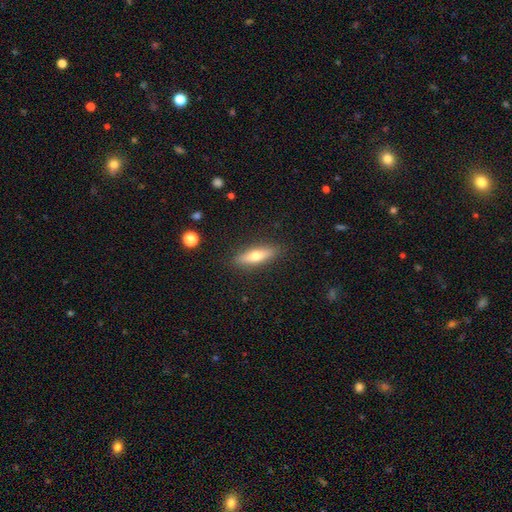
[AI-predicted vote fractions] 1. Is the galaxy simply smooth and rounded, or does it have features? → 57% smooth, 37% featured or disk, 6% star or artifact.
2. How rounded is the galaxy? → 63% cigar-shaped, 35% in between, 3% round.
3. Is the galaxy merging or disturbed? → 88% none, 8% minor disturbance, 2% major disturbance, 1% merger.